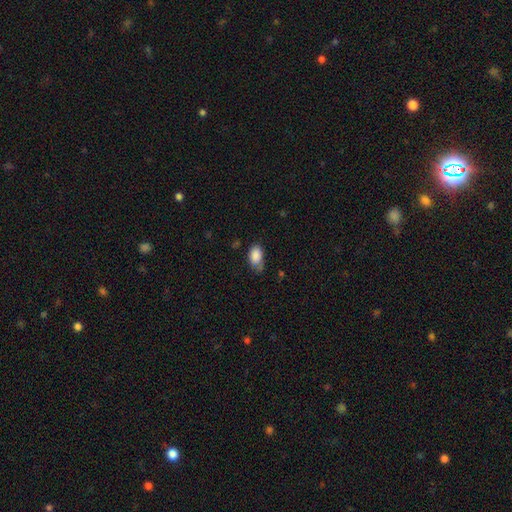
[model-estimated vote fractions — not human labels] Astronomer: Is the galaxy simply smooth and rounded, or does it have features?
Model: smooth — 87%.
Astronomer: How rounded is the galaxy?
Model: in between — 90%.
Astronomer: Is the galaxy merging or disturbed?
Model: none — 55% (runner-up: minor disturbance, 34%).